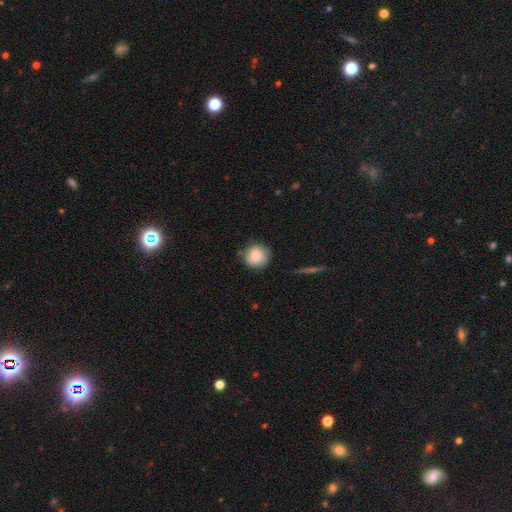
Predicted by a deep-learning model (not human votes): A smooth galaxy with no disk features (80%) that is round (92%). Merging: none (75%).